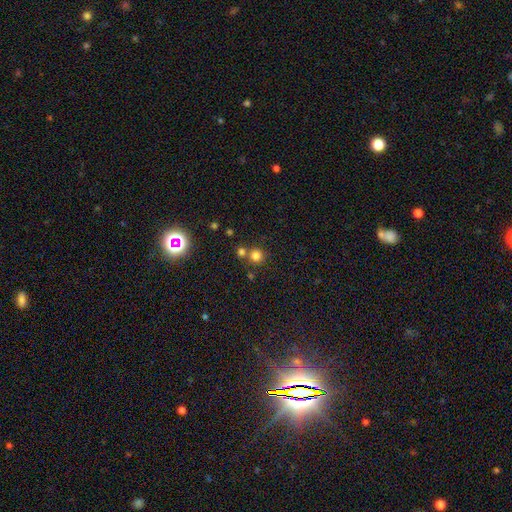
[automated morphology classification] Overall: smooth (77%). How rounded: round (93%). Merging: none (65%).